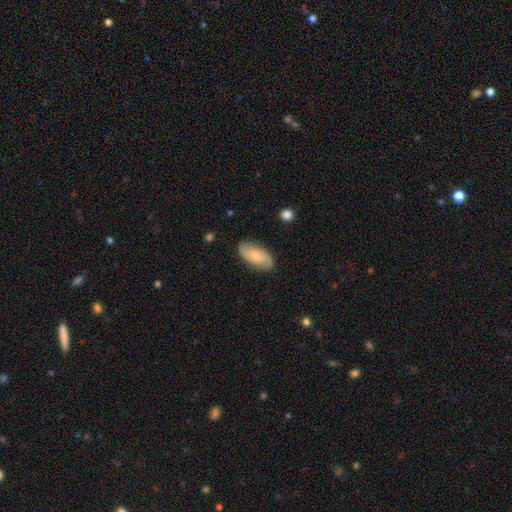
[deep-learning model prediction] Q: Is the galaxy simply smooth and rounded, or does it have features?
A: smooth — 51%.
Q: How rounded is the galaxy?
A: in between — 93%.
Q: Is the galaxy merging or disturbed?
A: none — 83%.